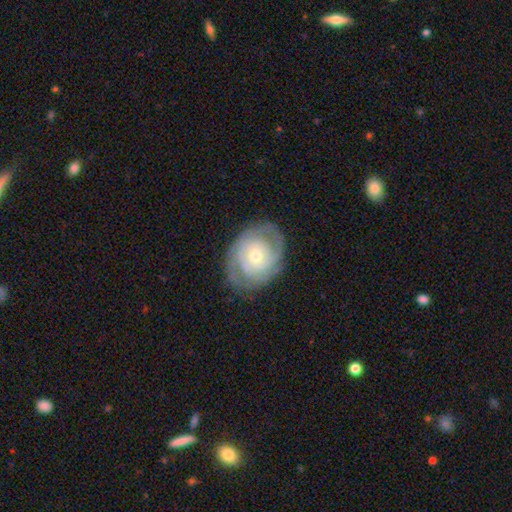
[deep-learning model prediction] Smooth or featured? featured or disk (77%)
Edge-on disk? no (97%)
Bar? no (78%)
Spiral arms? yes (89%)
Spiral winding? tight (68%)
Spiral arm count? can't tell (34%)
Bulge size? moderate (53%)
Merging? none (76%)